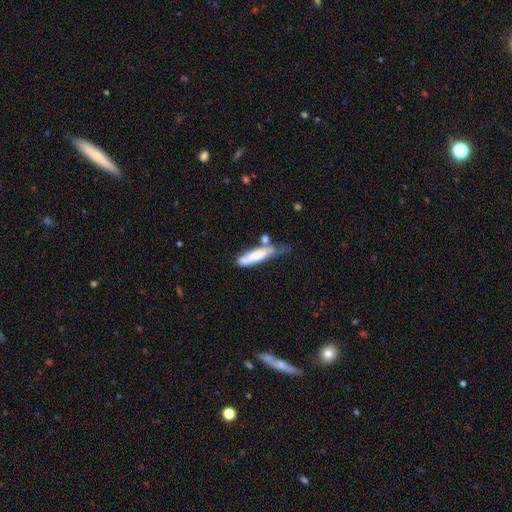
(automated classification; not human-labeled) Smooth or featured? smooth (65%)
How rounded? cigar-shaped (69%)
Merging? minor disturbance (30%)